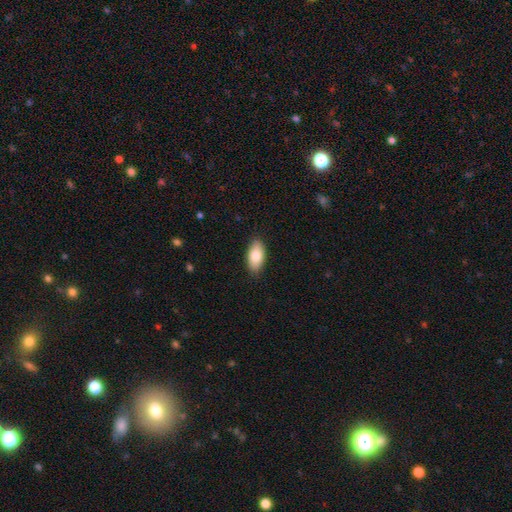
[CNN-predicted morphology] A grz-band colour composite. It shows a smooth galaxy with no disk features (83%) that is in between round and cigar-shaped (93%). Merging: none (88%).